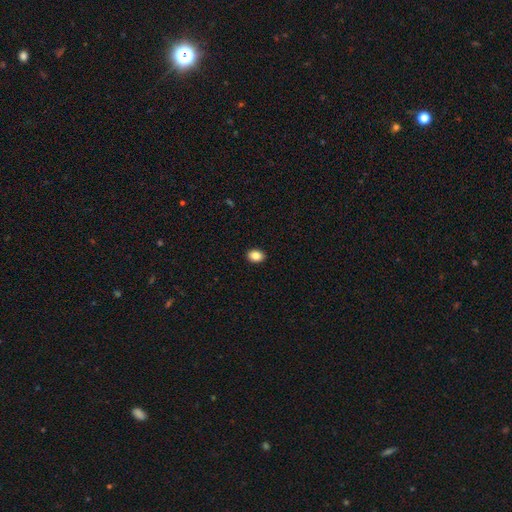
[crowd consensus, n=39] Smooth or featured?
  - smooth: 87% *
  - featured or disk: 10%
  - star or artifact: 3%
How rounded?
  - in between: 65% *
  - round: 35%
  - cigar-shaped: 0%
Merging?
  - none: 92% *
  - minor disturbance: 5%
  - major disturbance: 3%
  - merger: 0%